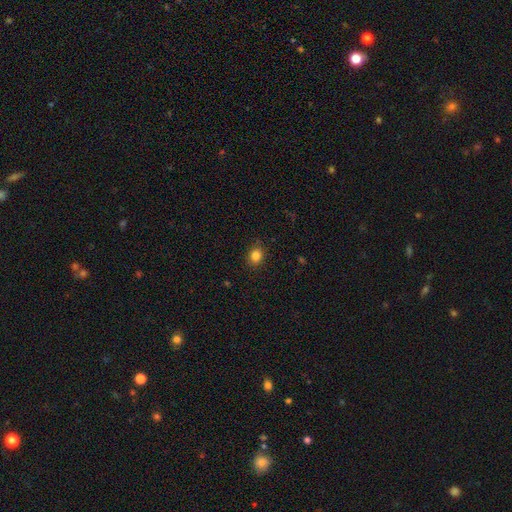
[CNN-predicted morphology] smooth-or-featured: smooth: 83% | star or artifact: 12% | featured or disk: 5%
  how-rounded: round: 68% | in between: 31% | cigar-shaped: 1%
  merging: none: 88% | minor disturbance: 9% | major disturbance: 2% | merger: 1%